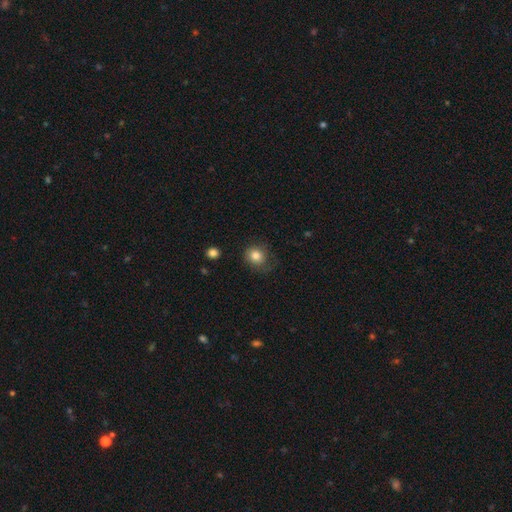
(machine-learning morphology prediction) This is clearly a smooth galaxy (82%). How rounded: likely round (77%). Merging: likely none (67%).